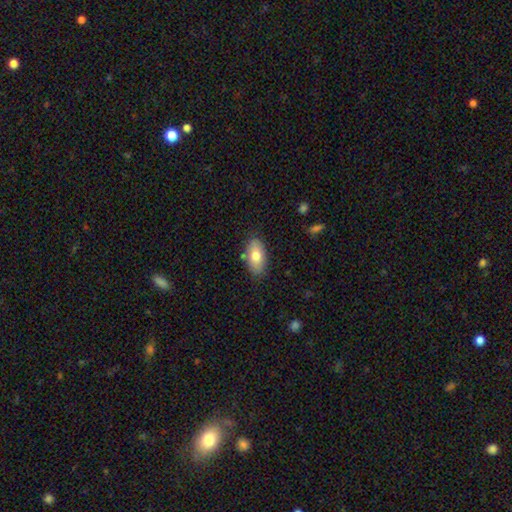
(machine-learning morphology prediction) The model was most divided on "smooth or featured": smooth: 75%, featured or disk: 18%, star or artifact: 7%. More confident: how rounded — in between (92%); merging — none (82%).